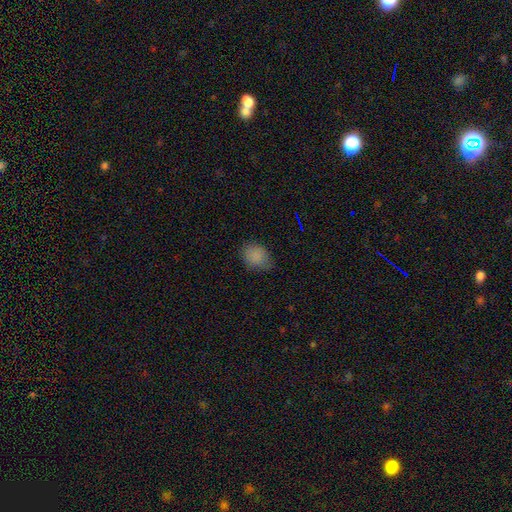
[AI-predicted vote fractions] Smooth or featured: smooth — 84% (star or artifact — 11%)
How rounded: in between — 58% (round — 41%)
Merging: none — 70% (minor disturbance — 24%)